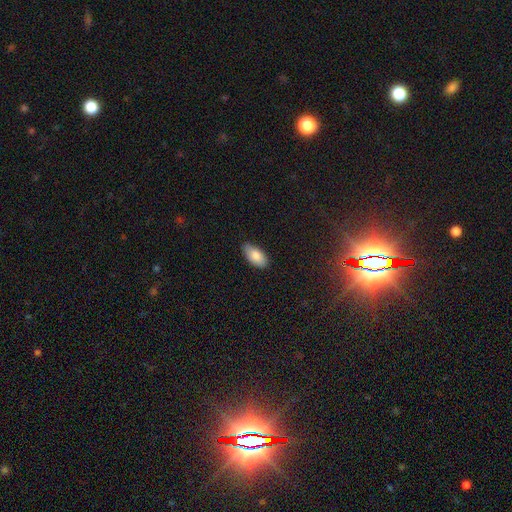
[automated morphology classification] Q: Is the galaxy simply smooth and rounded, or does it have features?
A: smooth — 84%.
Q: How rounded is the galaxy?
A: in between — 93%.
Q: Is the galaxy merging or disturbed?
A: none — 79%.